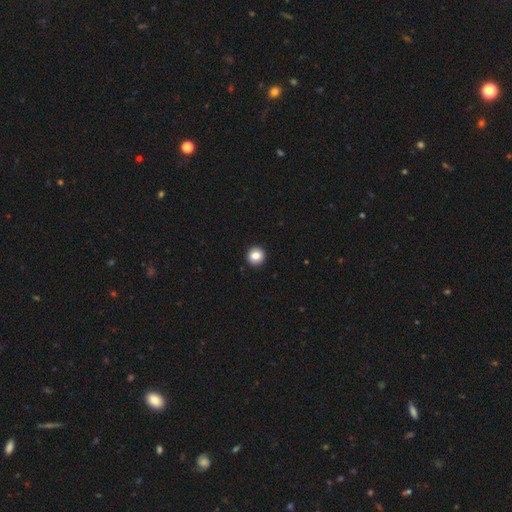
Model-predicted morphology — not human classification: Smooth or featured: smooth — 83% (star or artifact — 9%)
How rounded: round — 95% (in between — 4%)
Merging: none — 94% (minor disturbance — 4%)